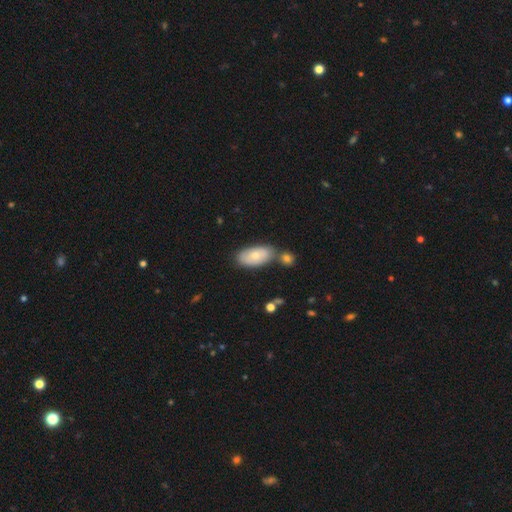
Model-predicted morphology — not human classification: Smooth or featured?
  - smooth: 70% *
  - featured or disk: 24%
  - star or artifact: 6%
How rounded?
  - in between: 93% *
  - cigar-shaped: 4%
  - round: 4%
Merging?
  - none: 58% *
  - merger: 23%
  - minor disturbance: 15%
  - major disturbance: 4%